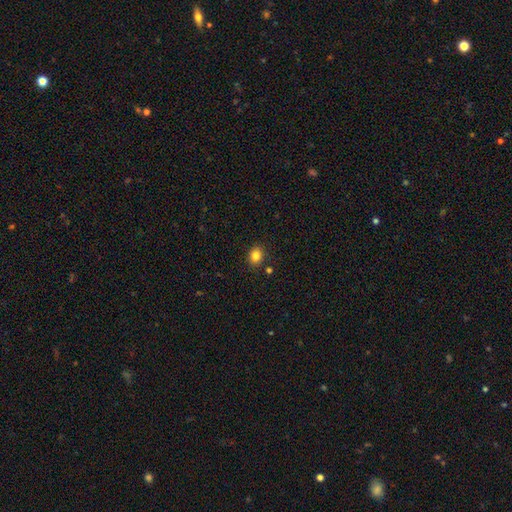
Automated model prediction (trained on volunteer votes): smooth-or-featured: smooth: 83% | star or artifact: 11% | featured or disk: 6%
  how-rounded: round: 58% | in between: 41% | cigar-shaped: 1%
  merging: none: 86% | minor disturbance: 9% | merger: 3% | major disturbance: 2%